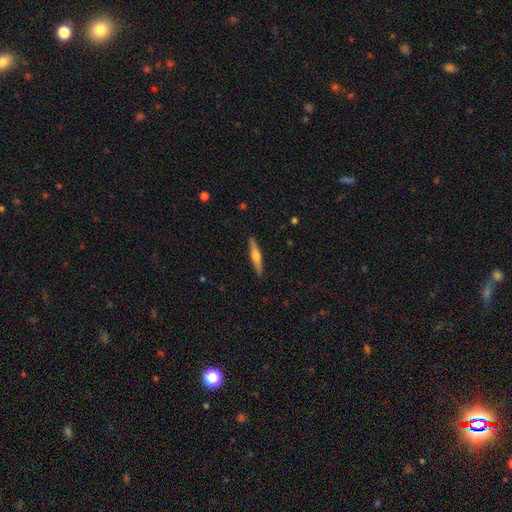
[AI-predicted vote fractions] Smooth or featured? Predicted: featured or disk (p=0.56). Edge-on disk? Predicted: yes (p=0.96). Edge-on bulge? Predicted: rounded (p=0.90). Merging? Predicted: none (p=0.91).